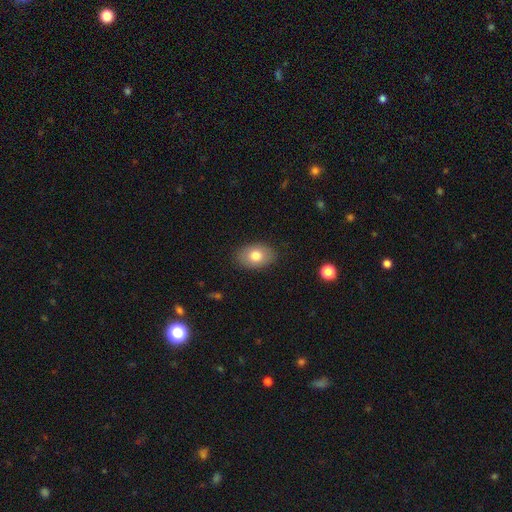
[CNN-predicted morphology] Smooth or featured? smooth (78%)
How rounded? in between (83%)
Merging? none (86%)